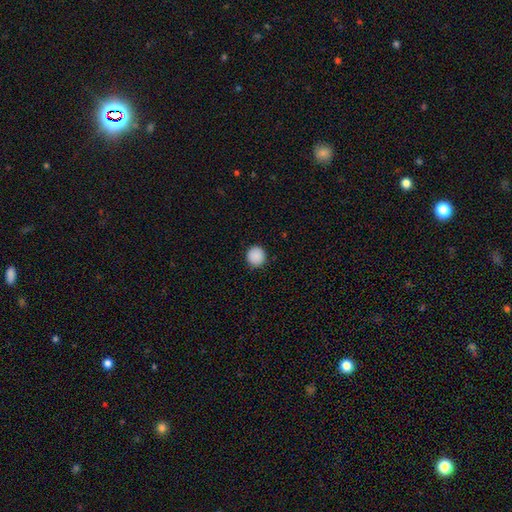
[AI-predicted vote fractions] smooth 90%, star or artifact 8%, featured or disk 2%. Down the decision tree: how rounded — round (93%); merging — none (92%).